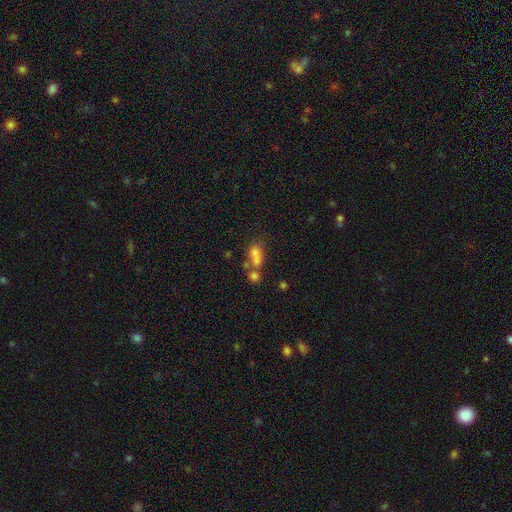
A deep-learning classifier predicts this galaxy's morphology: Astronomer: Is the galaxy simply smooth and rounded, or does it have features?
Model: smooth — 68%.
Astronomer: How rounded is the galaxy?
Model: in between — 64%.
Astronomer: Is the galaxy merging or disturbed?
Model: merger — 55%.